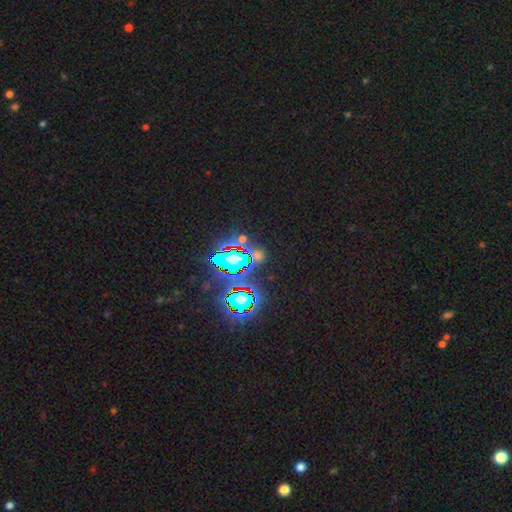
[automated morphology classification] Overall: star or artifact (77%).